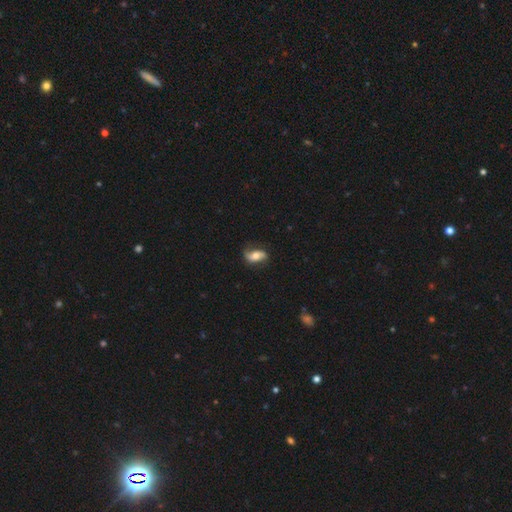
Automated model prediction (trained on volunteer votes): smooth_or_featured: featured or disk (p=0.51) [alt: smooth p=0.42]
disk_edge_on: no (p=0.90) [alt: yes p=0.10]
merging: none (p=0.70) [alt: minor disturbance p=0.21]